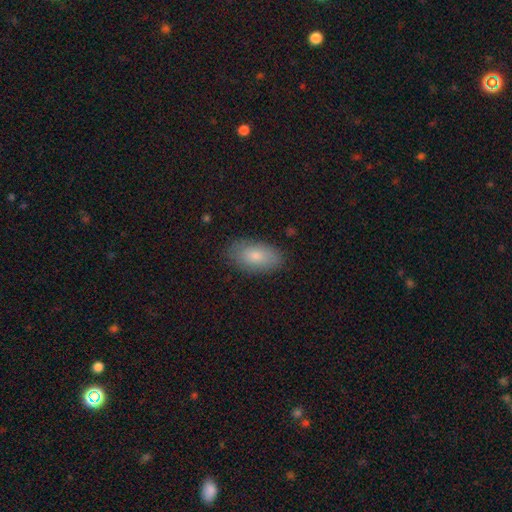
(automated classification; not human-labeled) Overall: smooth (78%). How rounded: in between (93%). Merging: none (85%).